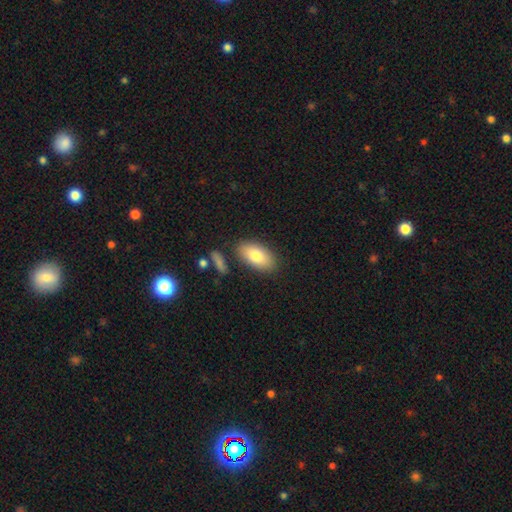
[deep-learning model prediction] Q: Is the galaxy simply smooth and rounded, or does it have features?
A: smooth — 79%.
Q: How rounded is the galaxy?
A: in between — 92%.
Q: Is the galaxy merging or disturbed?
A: none — 82%.